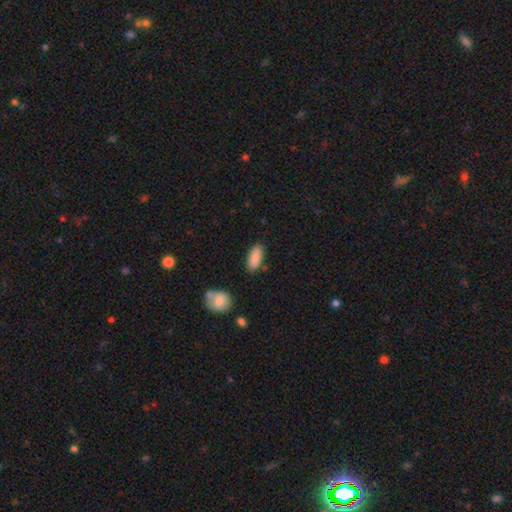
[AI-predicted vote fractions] Smooth or featured? Predicted: smooth (p=0.88). How rounded? Predicted: in between (p=0.85). Merging? Predicted: none (p=0.80).